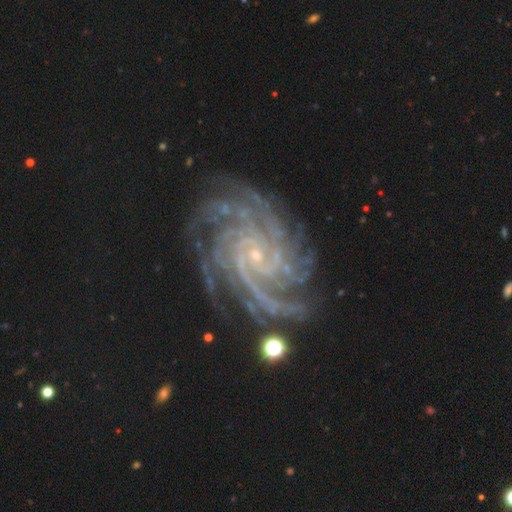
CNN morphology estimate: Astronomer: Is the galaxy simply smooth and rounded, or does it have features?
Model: featured or disk — 91%.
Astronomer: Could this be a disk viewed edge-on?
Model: no — 98%.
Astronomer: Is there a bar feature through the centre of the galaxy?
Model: no — 59%.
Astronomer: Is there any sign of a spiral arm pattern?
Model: yes — 99%.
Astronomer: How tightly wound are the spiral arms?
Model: tight — 75%.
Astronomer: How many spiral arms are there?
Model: more than 4 — 36% (runner-up: 4, 23%).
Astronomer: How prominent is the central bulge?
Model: small — 87%.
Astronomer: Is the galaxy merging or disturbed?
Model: none — 81%.